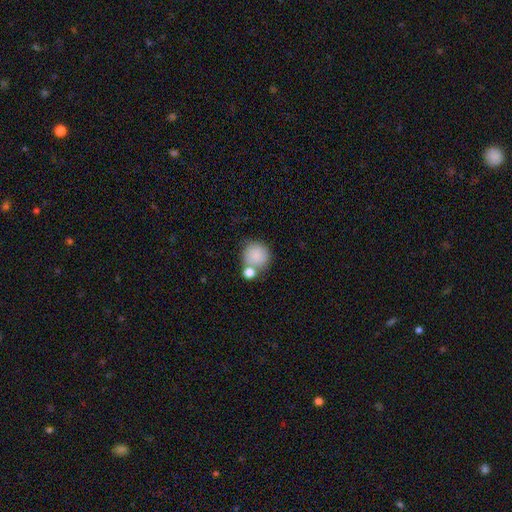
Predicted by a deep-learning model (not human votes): The model was most divided on "merging": none: 55%, merger: 28%, minor disturbance: 12%, major disturbance: 5%. More confident: how rounded — round (88%); smooth or featured — smooth (85%).